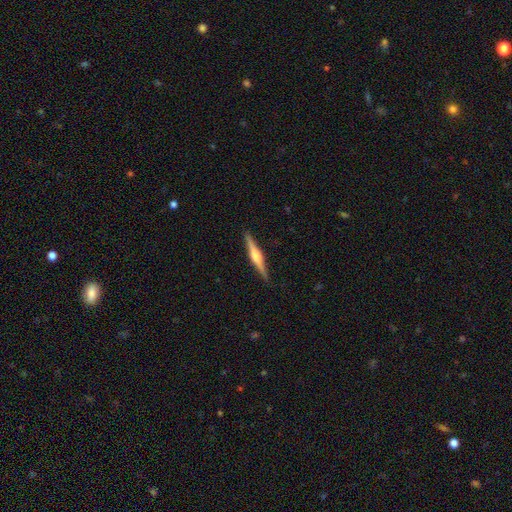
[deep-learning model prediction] This is likely a featured or disk galaxy (74%). It is clearly viewed edge-on (98%). Edge-on bulge: clearly rounded (86%). Merging: clearly none (91%).